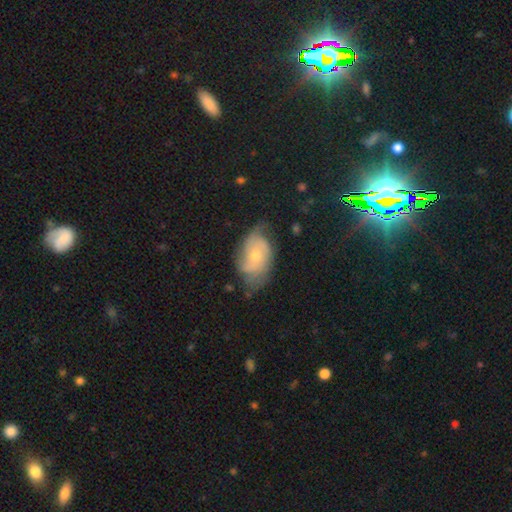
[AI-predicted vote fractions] The model was most divided on "bulge size": small: 48%, moderate: 46%, large: 3%, none: 2%, dominant: 1%. Remaining: edge-on disk — no (95%); spiral arms — yes (78%); bar — no (76%); smooth or featured — featured or disk (55%); merging — none (49%).